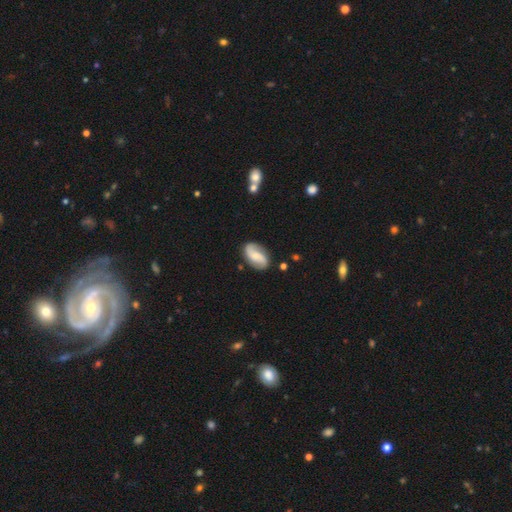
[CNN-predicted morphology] Smooth or featured? featured or disk (68%)
Edge-on disk? no (97%)
Bar? no (49%)
Spiral arms? yes (94%)
Spiral winding? loose (51%)
Spiral arm count? 2 (90%)
Bulge size? small (42%)
Merging? none (80%)